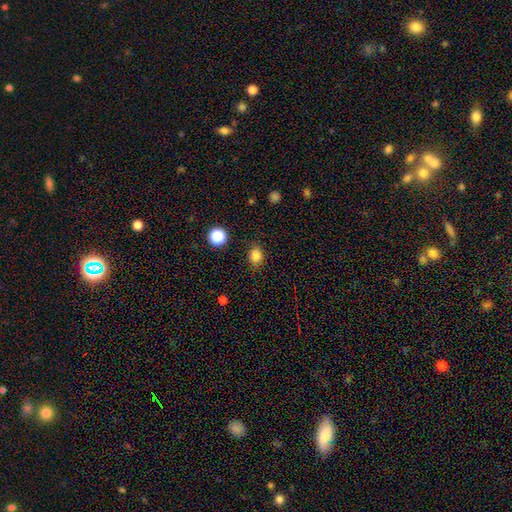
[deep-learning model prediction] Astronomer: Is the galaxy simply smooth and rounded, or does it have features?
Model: smooth — 83%.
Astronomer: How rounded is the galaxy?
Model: in between — 51% (runner-up: round, 47%).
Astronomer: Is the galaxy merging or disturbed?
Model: none — 83%.